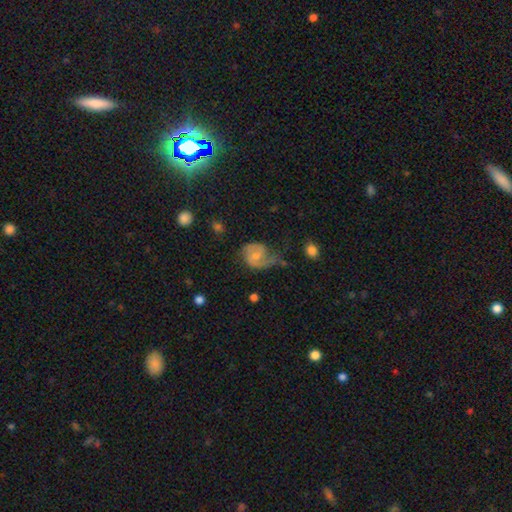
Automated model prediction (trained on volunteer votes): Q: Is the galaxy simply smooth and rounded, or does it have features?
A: featured or disk — 65%.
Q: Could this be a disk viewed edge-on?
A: no — 98%.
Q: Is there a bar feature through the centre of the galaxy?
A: no — 56%.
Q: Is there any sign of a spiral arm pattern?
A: yes — 87%.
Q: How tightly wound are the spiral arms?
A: medium — 45%.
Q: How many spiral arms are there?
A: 2 — 71%.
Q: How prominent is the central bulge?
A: small — 49%.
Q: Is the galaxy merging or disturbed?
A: none — 37%.